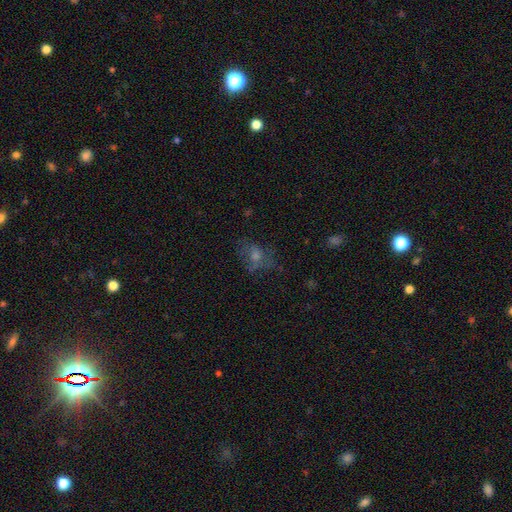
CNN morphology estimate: Overall: smooth (39%; featured or disk 35%). Merging: none (58%; minor disturbance 21%).